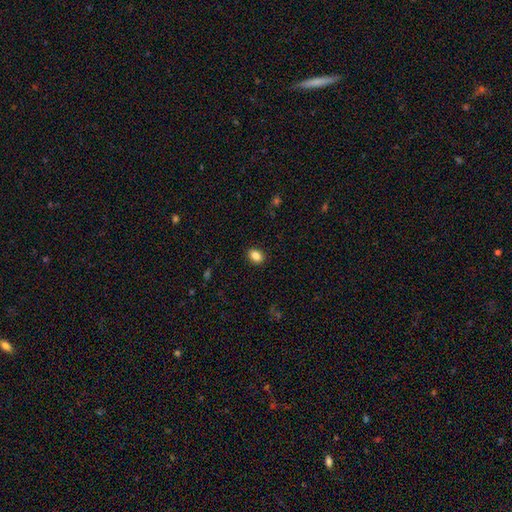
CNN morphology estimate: Overall: smooth (86%). How rounded: in between (71%). Merging: none (90%).